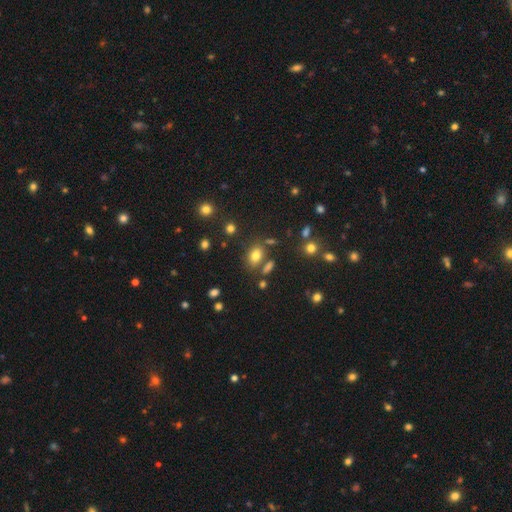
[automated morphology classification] smooth 77%, star or artifact 14%, featured or disk 9%. Down the decision tree: how rounded — in between (75%); merging — none (71%).